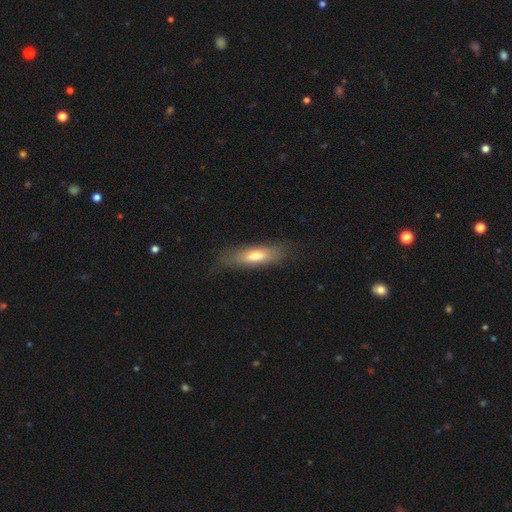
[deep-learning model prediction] Smooth or featured? Predicted: smooth (p=0.62). How rounded? Predicted: cigar-shaped (p=0.53). Merging? Predicted: none (p=0.74).